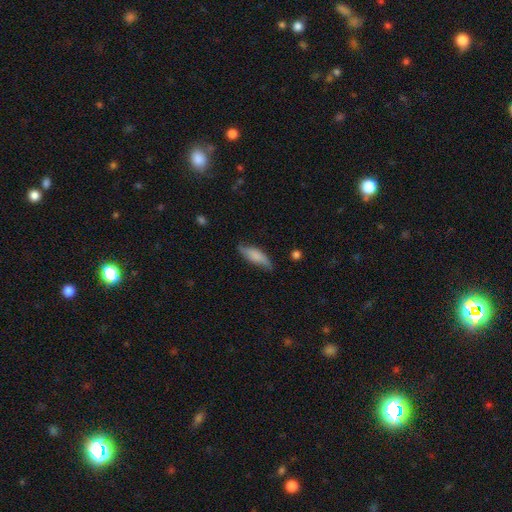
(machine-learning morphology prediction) A smooth galaxy with no disk features (74%) that is in between round and cigar-shaped (55%). Merging: none (69%).